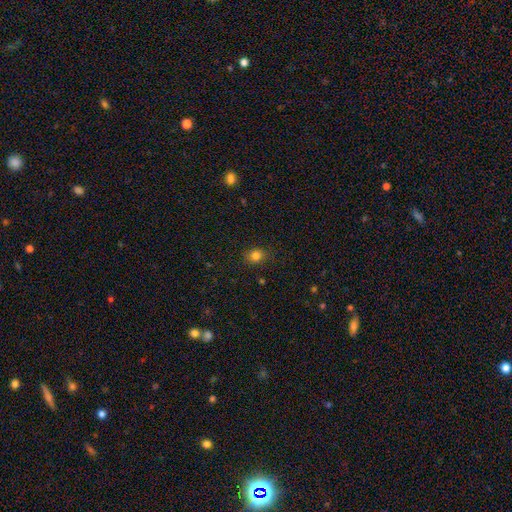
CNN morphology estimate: type=smooth (81%); roundness=round (60%); merging=none (85%).